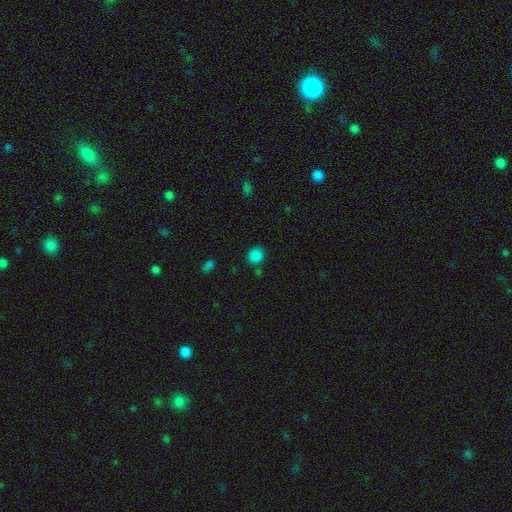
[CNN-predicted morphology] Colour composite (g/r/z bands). It shows a smooth galaxy with no disk features (84%) that is round (78%). Merging: none (77%).